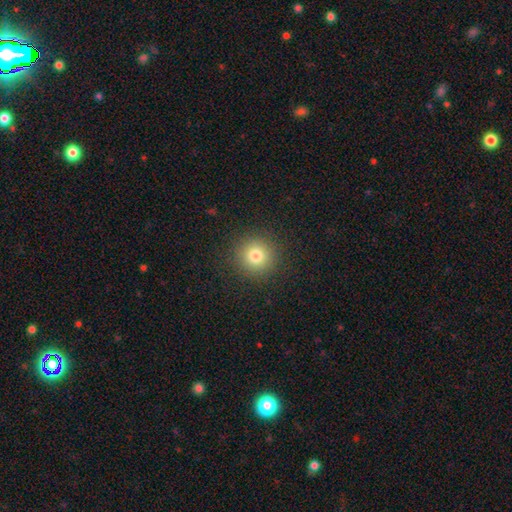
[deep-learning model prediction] smooth_or_featured: smooth (p=0.79) [alt: star or artifact p=0.13]
how_rounded: round (p=0.95) [alt: in between p=0.04]
merging: none (p=0.91) [alt: minor disturbance p=0.06]